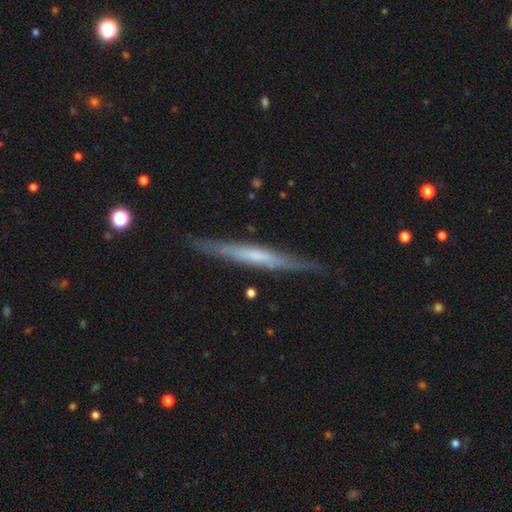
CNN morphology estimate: The model was most divided on "smooth or featured": featured or disk: 58%, smooth: 36%, star or artifact: 6%. More confident: edge-on disk — yes (94%); merging — none (83%); edge-on bulge — none (64%).